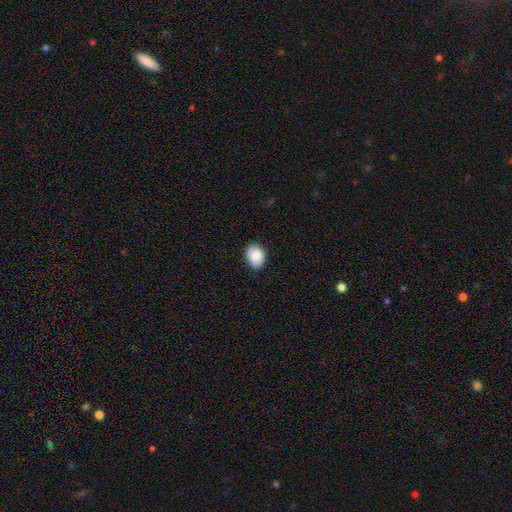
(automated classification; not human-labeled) Overall: smooth (85%). How rounded: in between (64%; round 35%). Merging: none (85%).